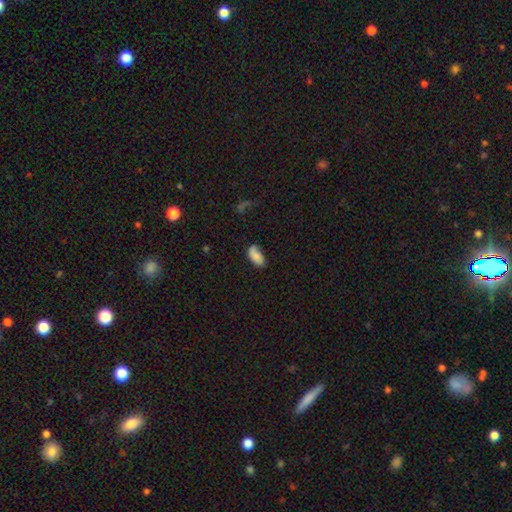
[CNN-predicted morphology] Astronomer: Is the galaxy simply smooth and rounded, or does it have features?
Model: smooth — 81%.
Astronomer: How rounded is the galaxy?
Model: in between — 93%.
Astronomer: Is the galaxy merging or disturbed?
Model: none — 63%.